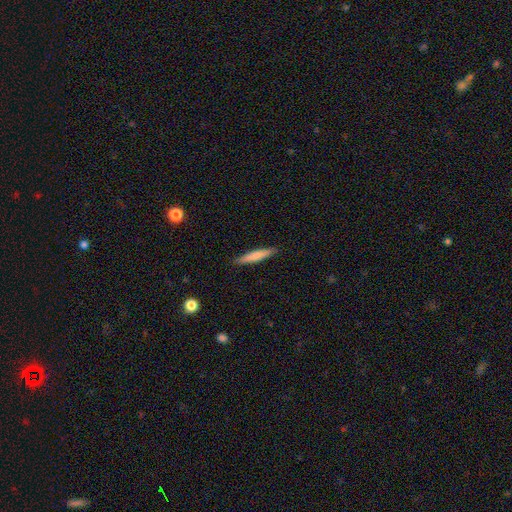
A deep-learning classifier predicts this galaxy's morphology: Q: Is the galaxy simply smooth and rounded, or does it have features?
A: smooth — 75%.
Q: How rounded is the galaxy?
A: cigar-shaped — 92%.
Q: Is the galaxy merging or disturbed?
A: none — 90%.